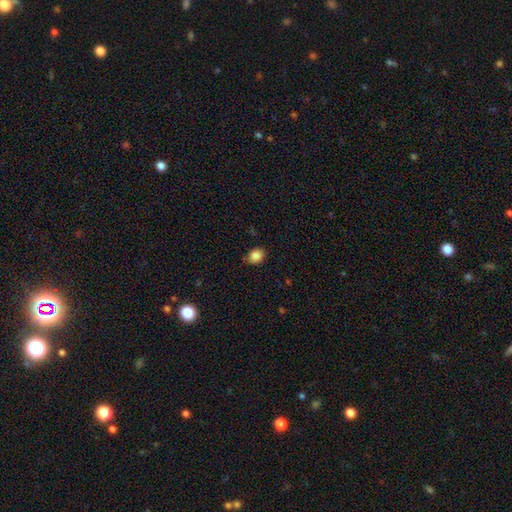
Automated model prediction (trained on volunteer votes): A smooth galaxy with no disk features (86%) that is round (58%).

Vote fractions:
- Smooth or featured? smooth: 86% / star or artifact: 10% / featured or disk: 4%
- How rounded? round: 58% / in between: 42% / cigar-shaped: 1%
- Merging? none: 79% / minor disturbance: 16% / major disturbance: 3% / merger: 2%